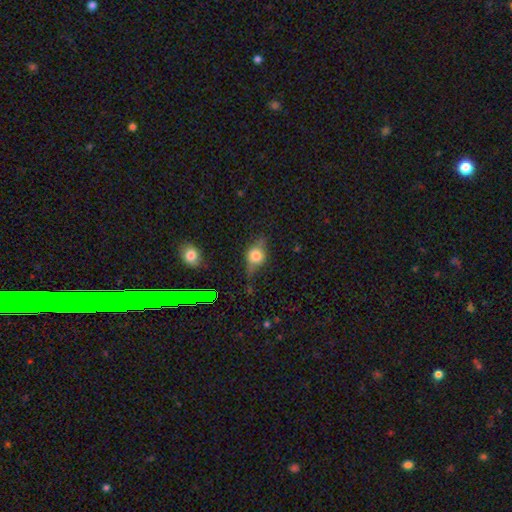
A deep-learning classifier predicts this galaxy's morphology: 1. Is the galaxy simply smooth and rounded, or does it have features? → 50% smooth, 38% featured or disk, 13% star or artifact.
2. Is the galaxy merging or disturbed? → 60% none, 26% minor disturbance, 11% major disturbance, 3% merger.